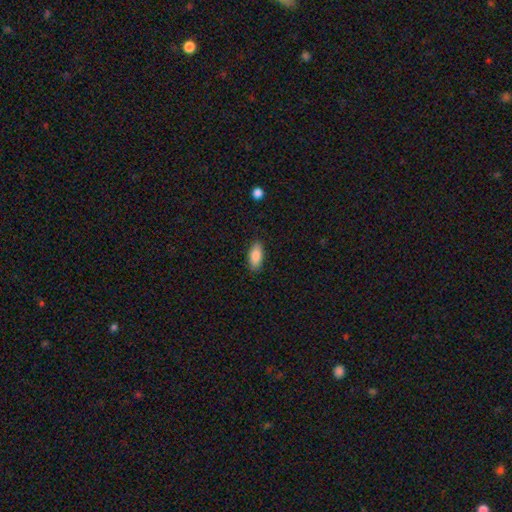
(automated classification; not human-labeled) Smooth or featured? smooth (86%)
How rounded? in between (86%)
Merging? none (87%)